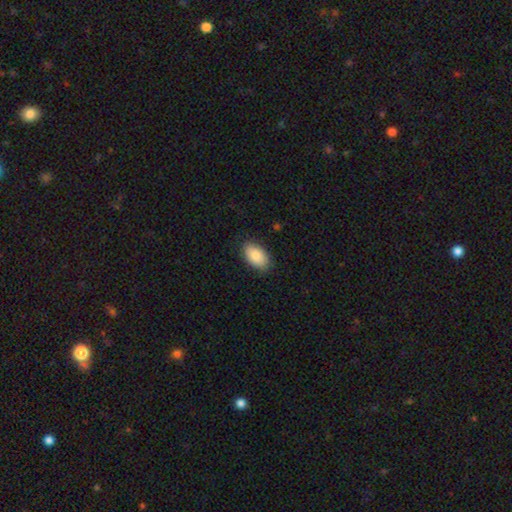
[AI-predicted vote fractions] Smooth or featured? Predicted: smooth (p=0.88). How rounded? Predicted: in between (p=0.94). Merging? Predicted: none (p=0.85).